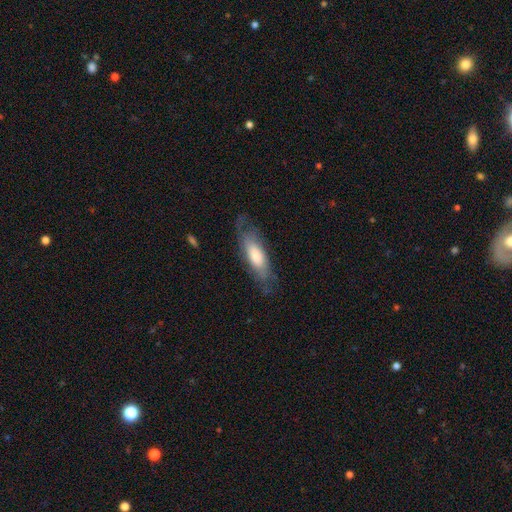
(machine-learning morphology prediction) smooth_or_featured: smooth (p=0.62) [alt: featured or disk p=0.32]
how_rounded: in between (p=0.64) [alt: cigar-shaped p=0.34]
merging: none (p=0.63) [alt: minor disturbance p=0.23]